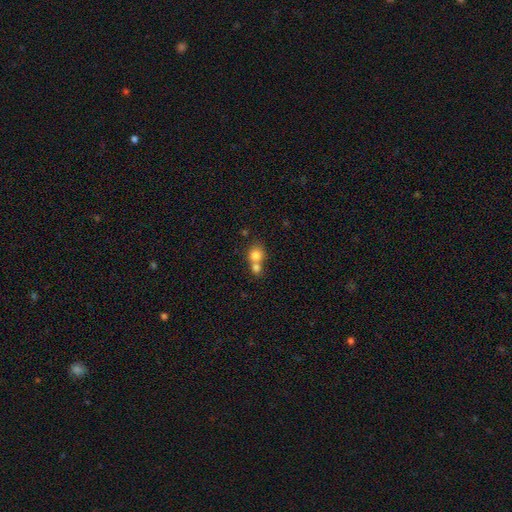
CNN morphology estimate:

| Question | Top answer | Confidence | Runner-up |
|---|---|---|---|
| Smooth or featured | smooth | 79% | featured or disk (11%) |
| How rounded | round | 79% | in between (20%) |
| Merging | merger | 59% | none (33%) |